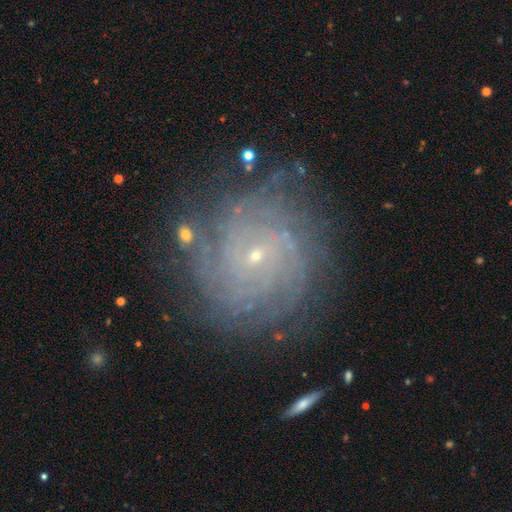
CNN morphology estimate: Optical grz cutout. It shows a featured or disk galaxy (82%) with no bar (73%), tight (80%) spiral arms (96%) and a small central bulge (88%). Merging: none (79%).